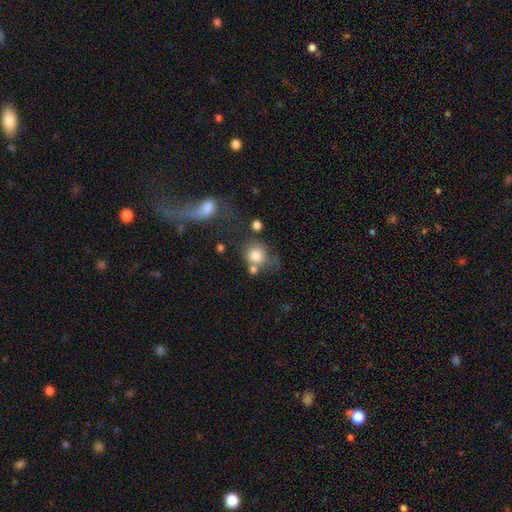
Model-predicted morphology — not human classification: smooth 80%, featured or disk 10%, star or artifact 10%. Down the decision tree: how rounded — round (80%); merging — none (50%).